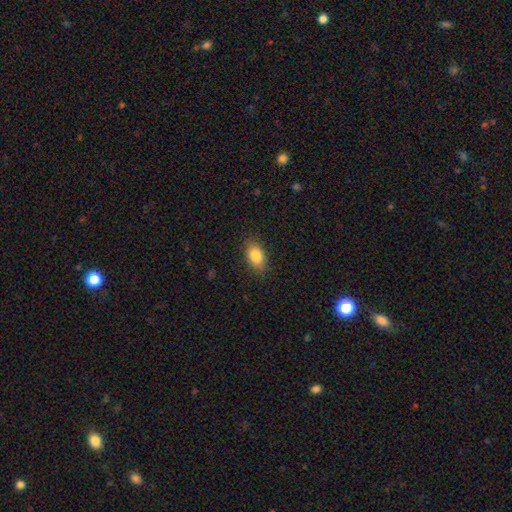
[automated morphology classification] A smooth galaxy with no disk features (83%) that is in between round and cigar-shaped (87%). Merging: none (86%).